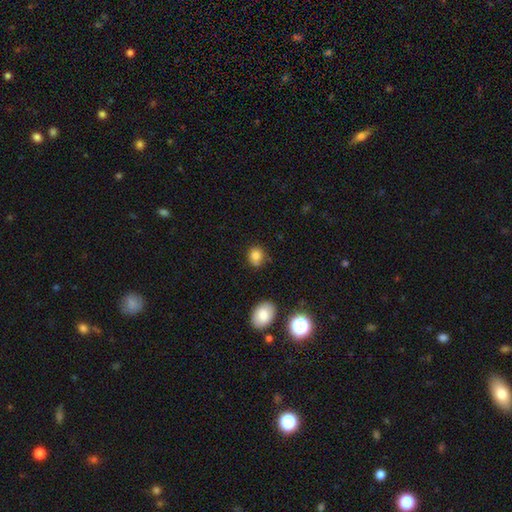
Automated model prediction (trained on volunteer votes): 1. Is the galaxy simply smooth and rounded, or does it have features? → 82% smooth, 11% star or artifact, 7% featured or disk.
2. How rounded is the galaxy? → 66% round, 33% in between, 1% cigar-shaped.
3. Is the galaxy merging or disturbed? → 73% none, 19% minor disturbance, 4% merger, 4% major disturbance.